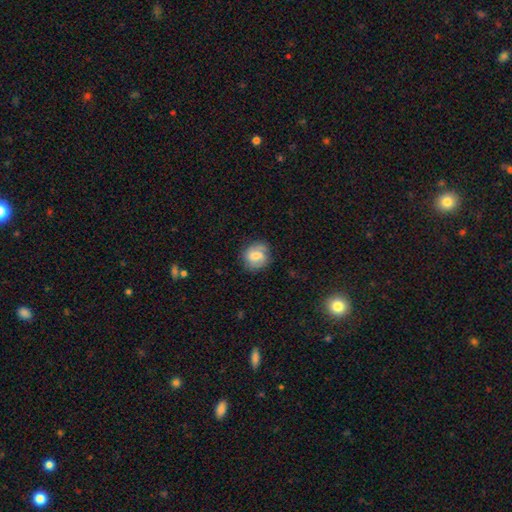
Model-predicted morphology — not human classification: A smooth galaxy with no disk features (50%) that is round (74%). Merging: none (72%).